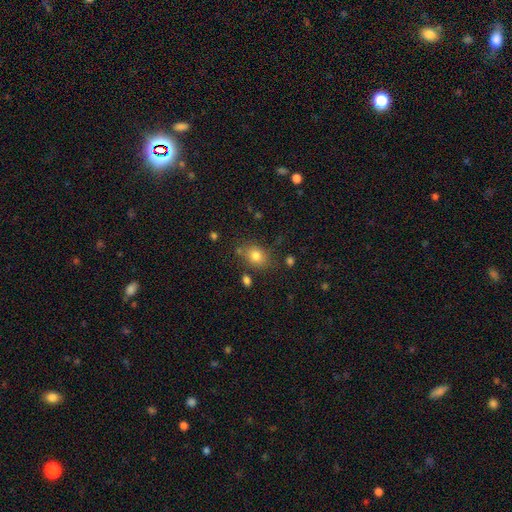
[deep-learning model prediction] Morphology: type=smooth (79%); roundness=in between (59%); merging=none (74%).